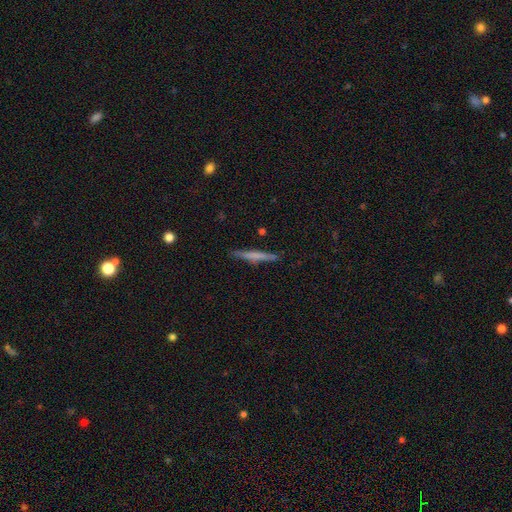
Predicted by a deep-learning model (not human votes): Overall: smooth (55%; featured or disk 39%). How rounded: cigar-shaped (95%). Merging: none (86%).